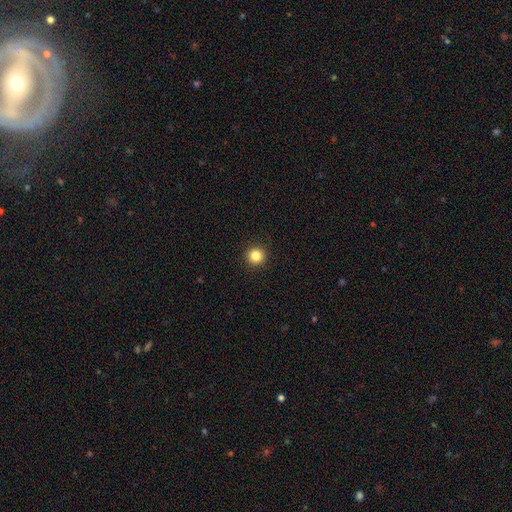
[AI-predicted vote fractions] smooth_or_featured: smooth (p=0.84) [alt: star or artifact p=0.11]
how_rounded: round (p=0.95) [alt: in between p=0.04]
merging: none (p=0.92) [alt: minor disturbance p=0.05]